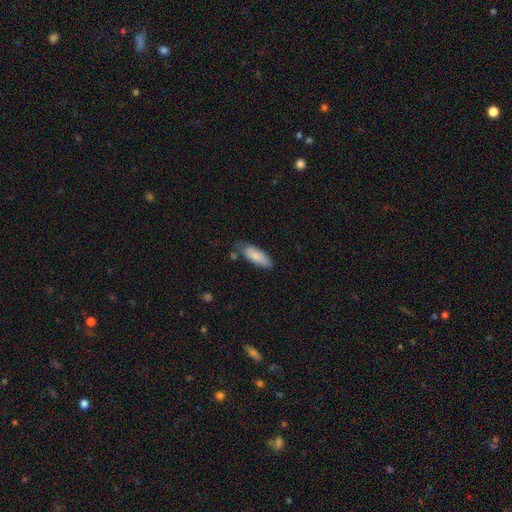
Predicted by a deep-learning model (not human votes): Smooth or featured?
  - smooth: 84% *
  - featured or disk: 10%
  - star or artifact: 6%
How rounded?
  - in between: 67% *
  - cigar-shaped: 32%
  - round: 2%
Merging?
  - none: 63% *
  - minor disturbance: 26%
  - major disturbance: 5%
  - merger: 5%